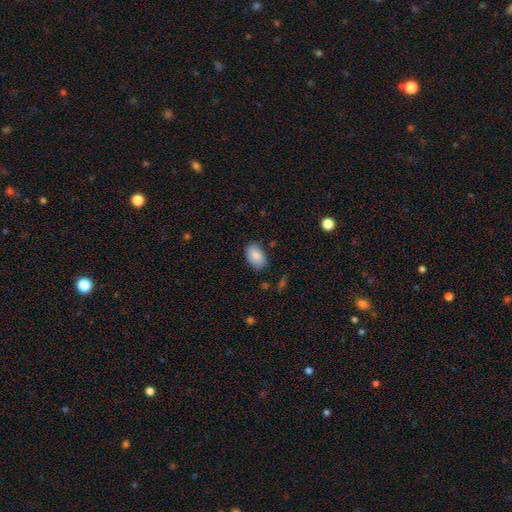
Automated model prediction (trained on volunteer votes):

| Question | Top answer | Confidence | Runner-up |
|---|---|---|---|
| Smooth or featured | smooth | 87% | star or artifact (7%) |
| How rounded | in between | 90% | round (8%) |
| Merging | none | 82% | minor disturbance (14%) |